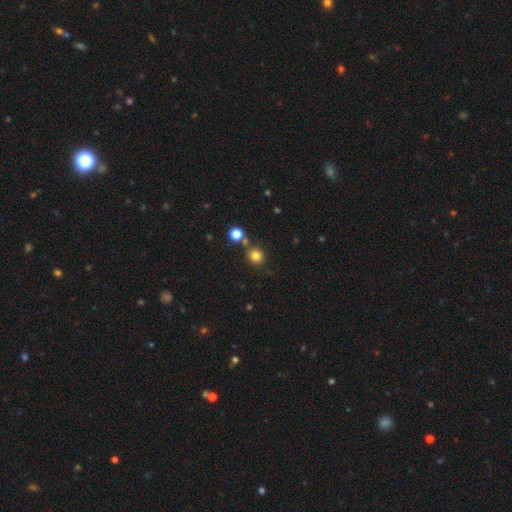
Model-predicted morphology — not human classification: This appears to be a smooth galaxy with no disk features (81%) that is round (91%). Merging: none (77%).